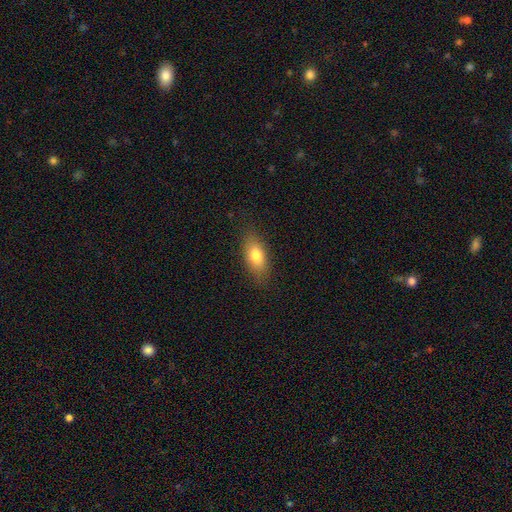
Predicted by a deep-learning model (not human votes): Morphology: type=smooth (78%); roundness=in between (83%); merging=none (82%).